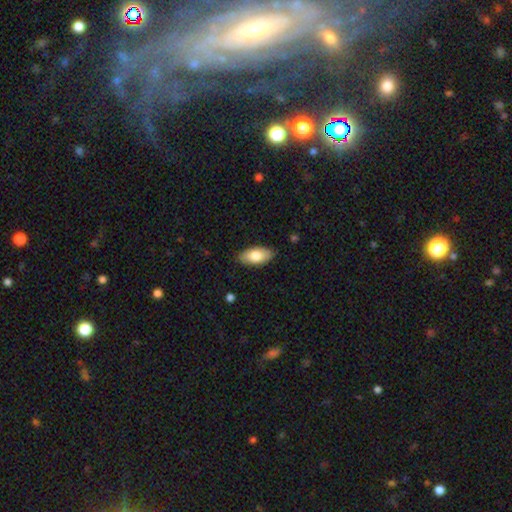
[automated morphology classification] A smooth galaxy with no disk features (78%) that is in between round and cigar-shaped (92%). Merging: none (87%).